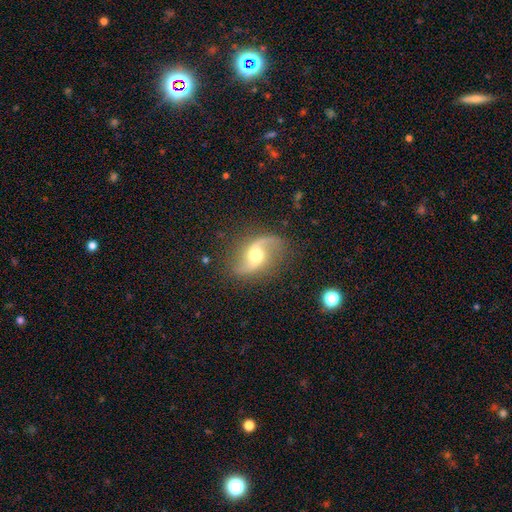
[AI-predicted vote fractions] Smooth or featured? featured or disk (88%)
Edge-on disk? no (97%)
Bar? no (49%)
Spiral arms? yes (97%)
Spiral winding? loose (78%)
Spiral arm count? 2 (93%)
Bulge size? moderate (70%)
Merging? none (82%)